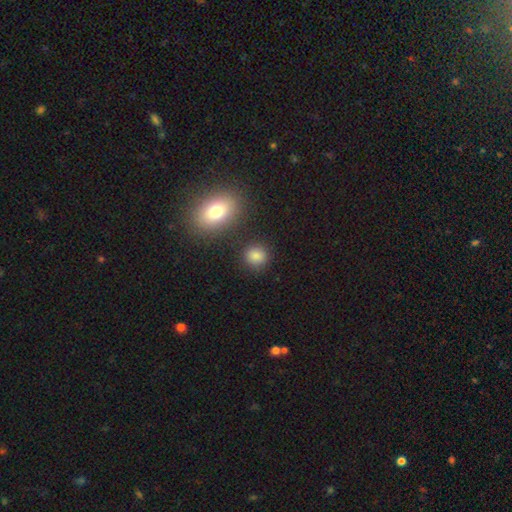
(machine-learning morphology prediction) This is clearly a smooth galaxy (84%). How rounded: clearly round (81%). Merging: clearly none (84%).